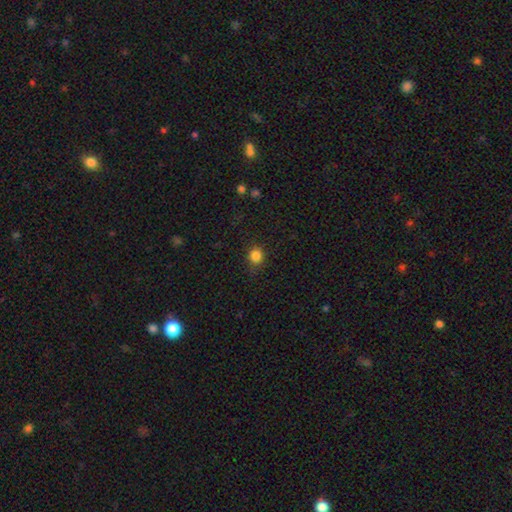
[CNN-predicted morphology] Q: Smooth or featured?
A: smooth (85%); runner-up: star or artifact (12%)
Q: How rounded?
A: round (83%); runner-up: in between (16%)
Q: Merging?
A: none (85%); runner-up: minor disturbance (11%)